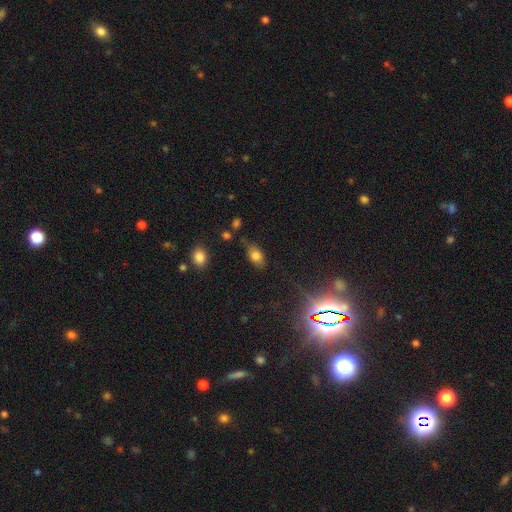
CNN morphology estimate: smooth-or-featured: smooth: 75% | star or artifact: 13% | featured or disk: 12%
  how-rounded: in between: 85% | round: 11% | cigar-shaped: 4%
  merging: none: 66% | minor disturbance: 24% | major disturbance: 6% | merger: 3%